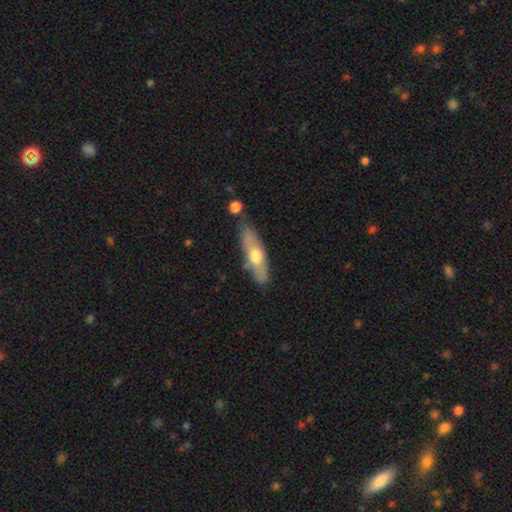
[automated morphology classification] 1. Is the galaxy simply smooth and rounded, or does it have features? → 53% smooth, 41% featured or disk, 5% star or artifact.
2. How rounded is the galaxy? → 60% cigar-shaped, 37% in between, 3% round.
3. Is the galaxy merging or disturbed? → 67% none, 19% minor disturbance, 8% merger, 5% major disturbance.